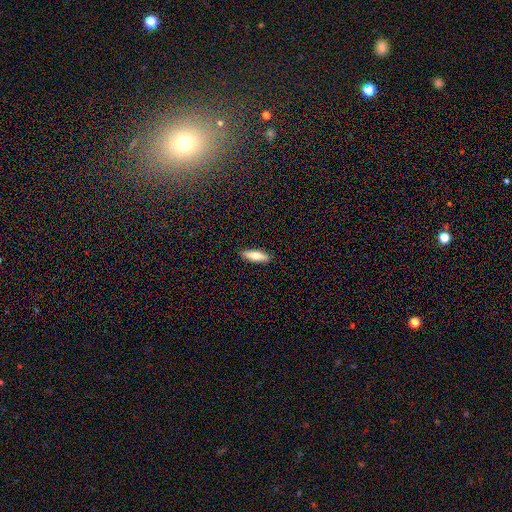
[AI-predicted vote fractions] The model was most divided on "how rounded": cigar-shaped: 55%, in between: 44%, round: 2%. More confident: merging — none (90%); smooth or featured — smooth (75%).